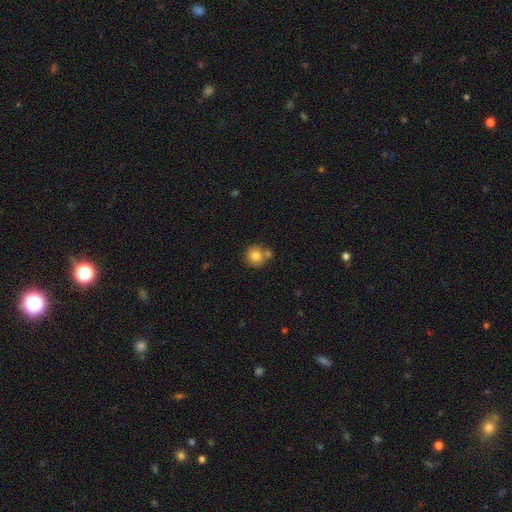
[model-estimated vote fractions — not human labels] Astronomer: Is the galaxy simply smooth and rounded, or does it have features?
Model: smooth — 80%.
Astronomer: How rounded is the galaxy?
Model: round — 92%.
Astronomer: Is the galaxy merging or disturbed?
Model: none — 65%.